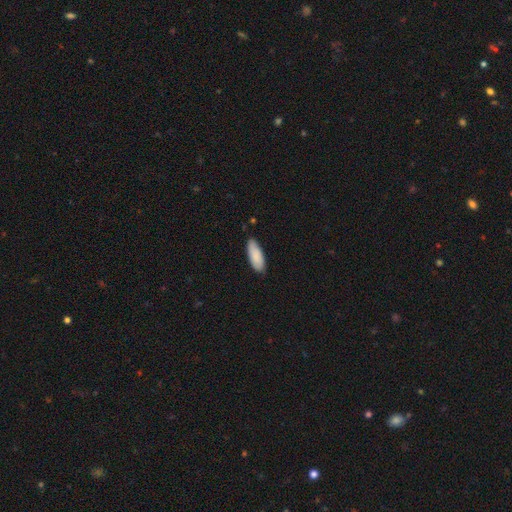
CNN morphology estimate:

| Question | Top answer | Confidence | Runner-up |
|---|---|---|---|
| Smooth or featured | smooth | 88% | featured or disk (7%) |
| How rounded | in between | 75% | cigar-shaped (23%) |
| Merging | none | 83% | minor disturbance (14%) |